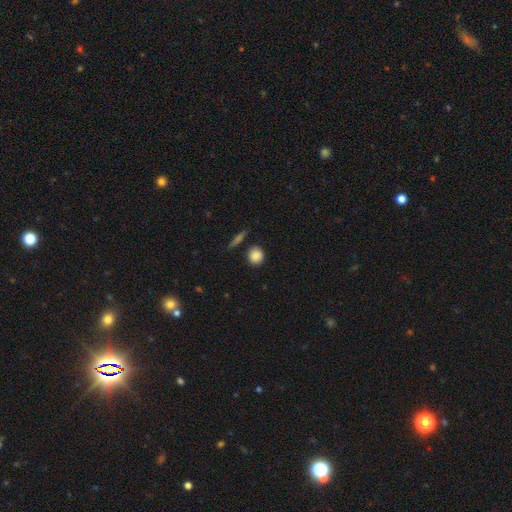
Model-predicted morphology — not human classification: A smooth galaxy with no disk features (86%) that is round (85%).

Vote fractions:
- Smooth or featured? smooth: 86% / star or artifact: 8% / featured or disk: 6%
- How rounded? round: 85% / in between: 13% / cigar-shaped: 2%
- Merging? none: 83% / minor disturbance: 11% / merger: 4% / major disturbance: 3%